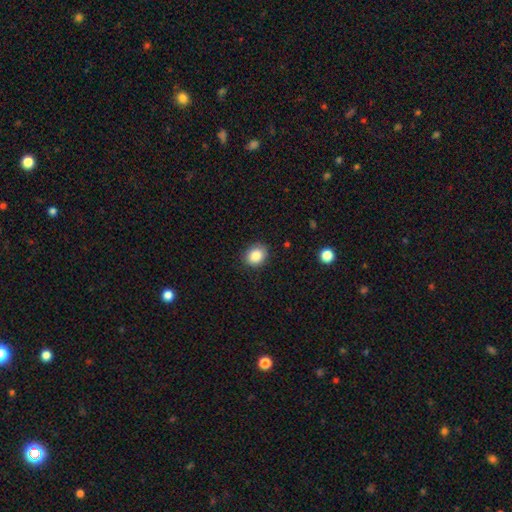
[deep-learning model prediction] smooth 86%, star or artifact 9%, featured or disk 5%. Down the decision tree: how rounded — round (59%); merging — none (87%).